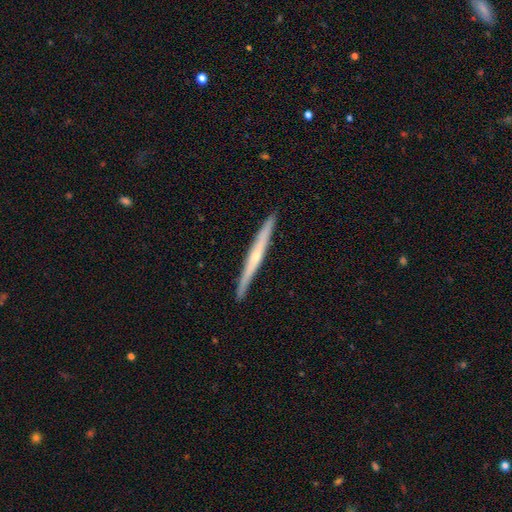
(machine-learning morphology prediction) type=featured or disk (67%); edge-on=yes (97%); edge-on bulge=rounded (56%); merging=none (92%).